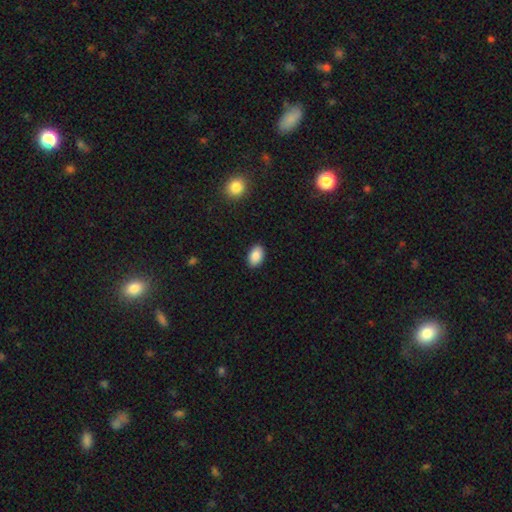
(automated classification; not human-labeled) This appears to be a smooth galaxy with no disk features (89%) that is in between round and cigar-shaped (90%). Merging: none (89%).